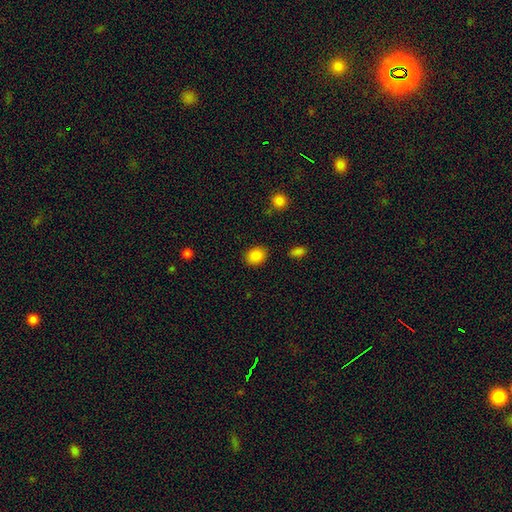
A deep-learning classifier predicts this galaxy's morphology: The model was most divided on "how rounded": in between: 53%, round: 46%, cigar-shaped: 1%. More confident: smooth or featured — smooth (87%); merging — none (86%).